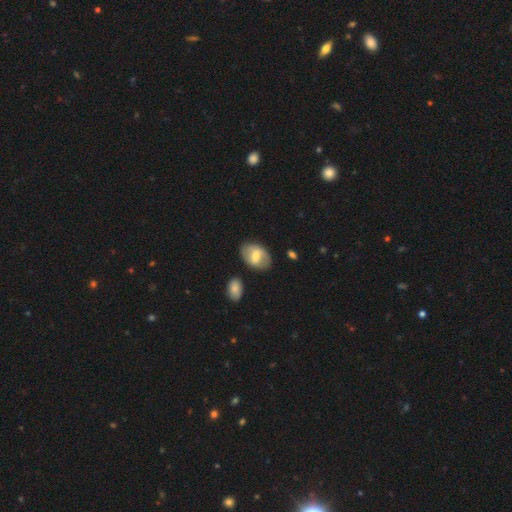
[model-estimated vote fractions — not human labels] Morphology: type=smooth (56%); roundness=in between (84%); merging=none (77%).